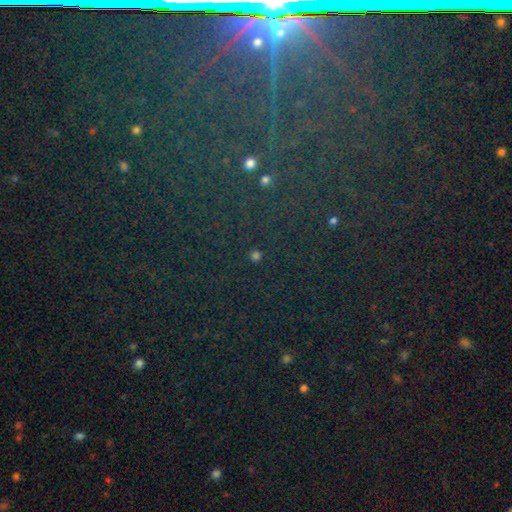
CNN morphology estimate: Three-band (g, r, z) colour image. It shows a star or artifact, not a galaxy (79%).